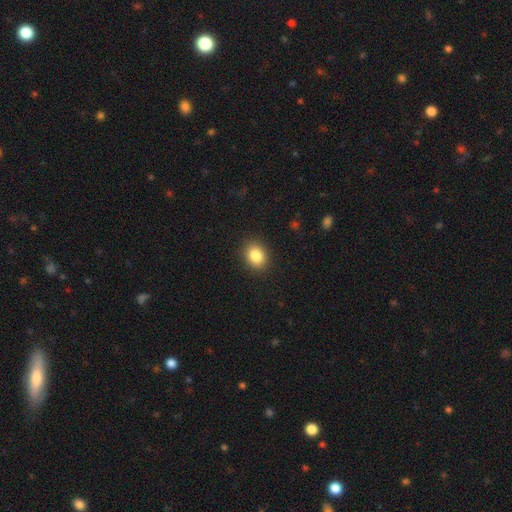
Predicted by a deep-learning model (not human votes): smooth_or_featured: smooth (p=0.85) [alt: star or artifact p=0.10]
how_rounded: round (p=0.51) [alt: in between p=0.48]
merging: none (p=0.89) [alt: minor disturbance p=0.07]